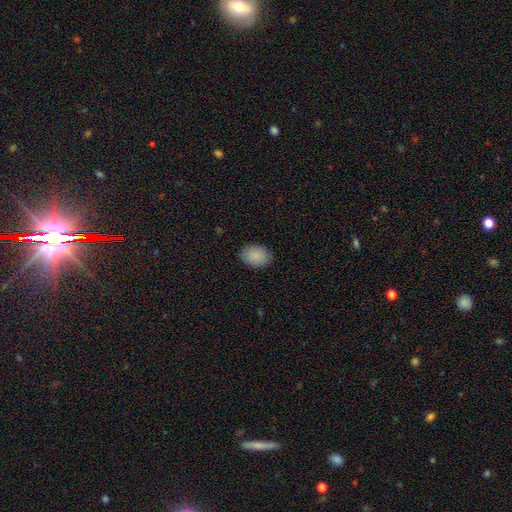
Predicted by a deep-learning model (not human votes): Morphology: type=smooth (89%); roundness=in between (74%); merging=none (86%).